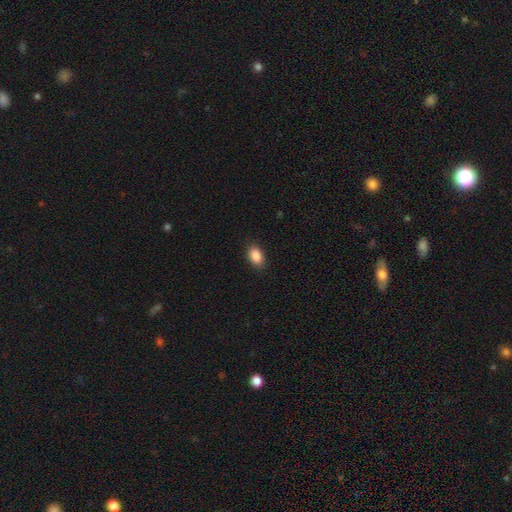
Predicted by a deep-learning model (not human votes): Smooth or featured?
  - smooth: 89% *
  - star or artifact: 8%
  - featured or disk: 4%
How rounded?
  - in between: 88% *
  - round: 11%
  - cigar-shaped: 2%
Merging?
  - none: 88% *
  - minor disturbance: 9%
  - major disturbance: 2%
  - merger: 1%